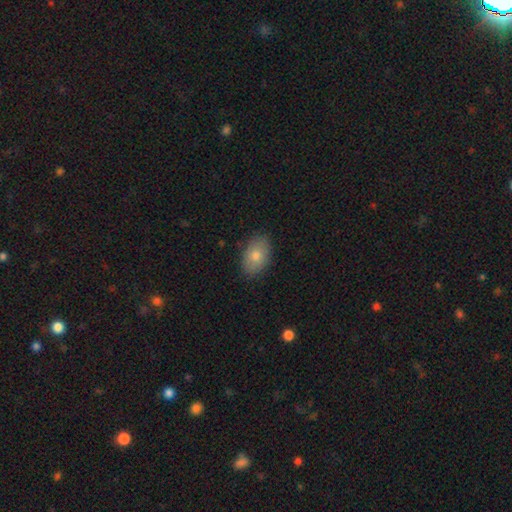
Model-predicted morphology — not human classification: Smooth or featured? smooth (77%)
How rounded? in between (87%)
Merging? none (87%)